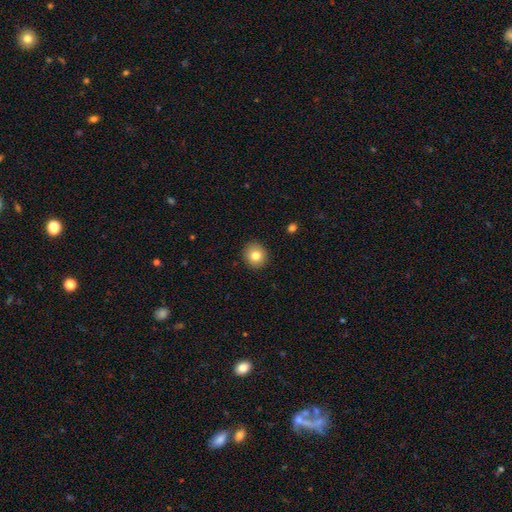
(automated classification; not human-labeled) A smooth galaxy with no disk features (81%) that is round (90%).

Vote fractions:
- Smooth or featured? smooth: 81% / star or artifact: 10% / featured or disk: 9%
- How rounded? round: 90% / in between: 9% / cigar-shaped: 1%
- Merging? none: 92% / minor disturbance: 5% / major disturbance: 2% / merger: 1%